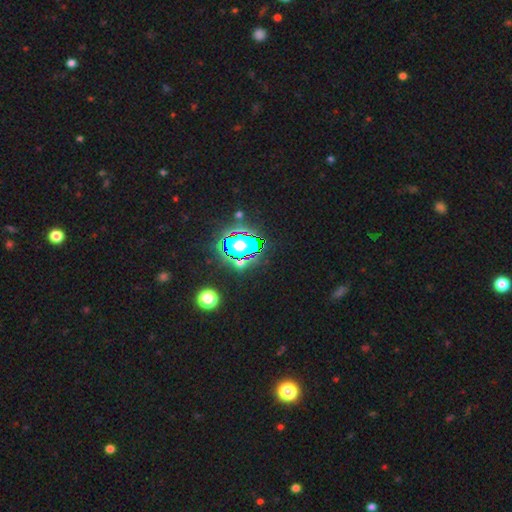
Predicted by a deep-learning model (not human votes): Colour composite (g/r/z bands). It shows a star or artifact, not a galaxy (84%).